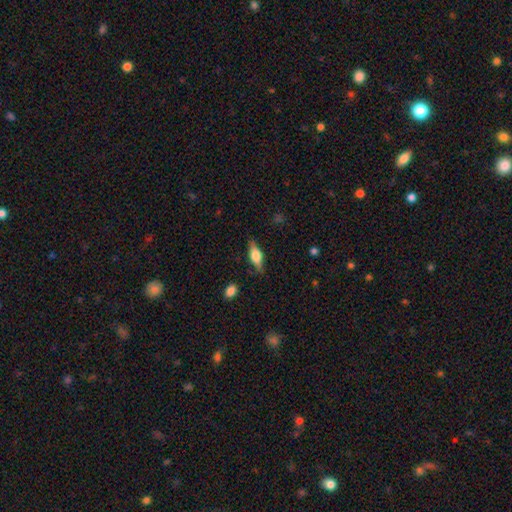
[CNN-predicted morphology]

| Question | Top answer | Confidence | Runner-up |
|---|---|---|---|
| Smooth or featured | featured or disk | 52% | smooth (41%) |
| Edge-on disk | yes | 93% | no (7%) |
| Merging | none | 83% | minor disturbance (12%) |